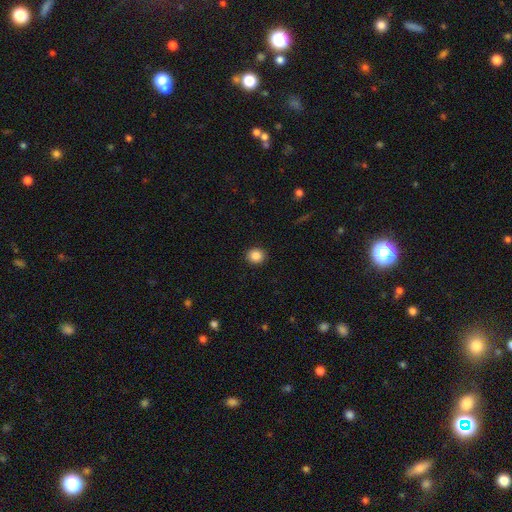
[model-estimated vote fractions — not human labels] smooth-or-featured: smooth: 87% | star or artifact: 10% | featured or disk: 3%
  how-rounded: round: 81% | in between: 18% | cigar-shaped: 1%
  merging: none: 92% | minor disturbance: 6% | major disturbance: 2% | merger: 1%